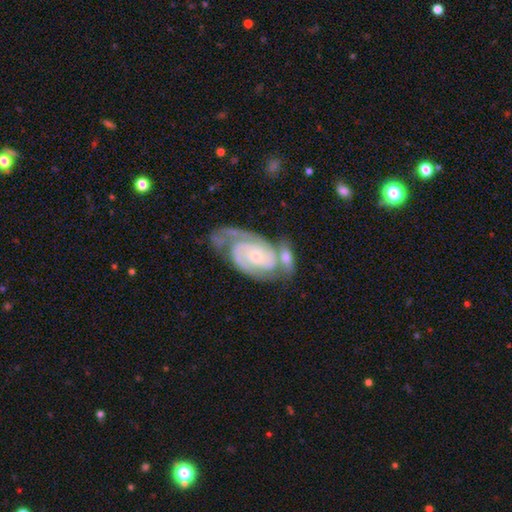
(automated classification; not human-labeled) smooth-or-featured: featured or disk: 88% | smooth: 7% | star or artifact: 5%
  disk-edge-on: no: 97% | yes: 3%
    bar: no: 61% | weak: 30% | strong: 9%
    has-spiral-arms: yes: 97% | no: 3%
      spiral-winding: tight: 60% | medium: 33% | loose: 7%
      spiral-arm-count: 2: 75% | can't tell: 8% | 3: 8% | 1: 6% | 4: 2% | more than 4: 2%
    bulge-size: small: 67% | moderate: 27% | none: 3% | large: 2% | dominant: 1%
  merging: none: 41% | merger: 26% | minor disturbance: 19% | major disturbance: 14%